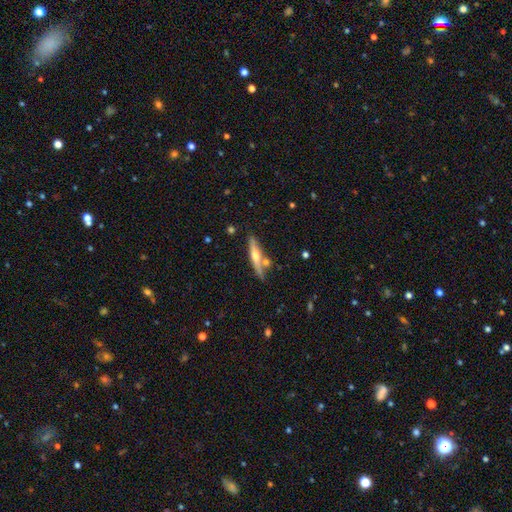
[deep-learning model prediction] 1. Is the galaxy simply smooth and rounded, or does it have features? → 59% featured or disk, 35% smooth, 6% star or artifact.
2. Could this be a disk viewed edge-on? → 94% yes, 6% no.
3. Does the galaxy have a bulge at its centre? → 91% rounded, 5% none, 4% boxy.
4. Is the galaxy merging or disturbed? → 73% none, 13% minor disturbance, 11% merger, 3% major disturbance.